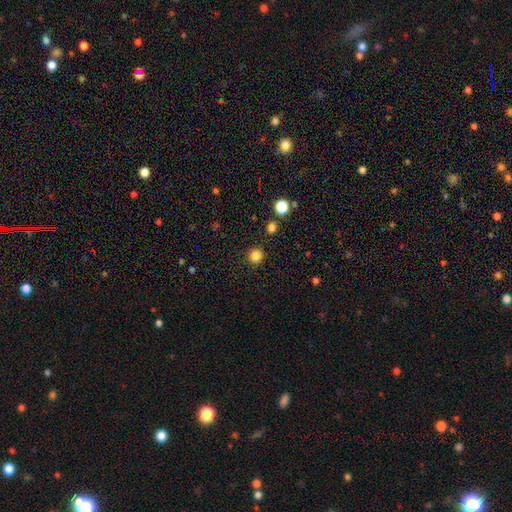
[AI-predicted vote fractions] Smooth or featured? smooth (83%)
How rounded? round (94%)
Merging? none (91%)